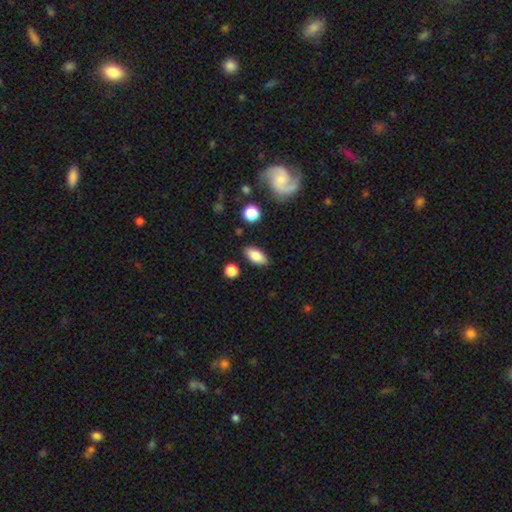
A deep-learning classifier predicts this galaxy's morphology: This is clearly a smooth galaxy (82%). How rounded: clearly in between (87%). Merging: clearly none (85%).